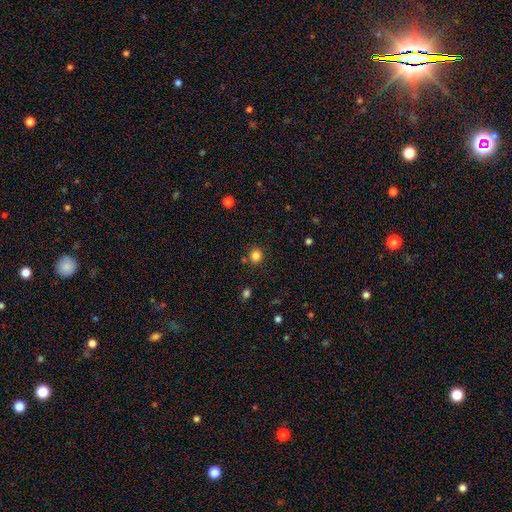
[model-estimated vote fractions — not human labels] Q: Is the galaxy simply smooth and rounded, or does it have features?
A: smooth — 83%.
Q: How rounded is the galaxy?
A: round — 87%.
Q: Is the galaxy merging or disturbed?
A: none — 84%.